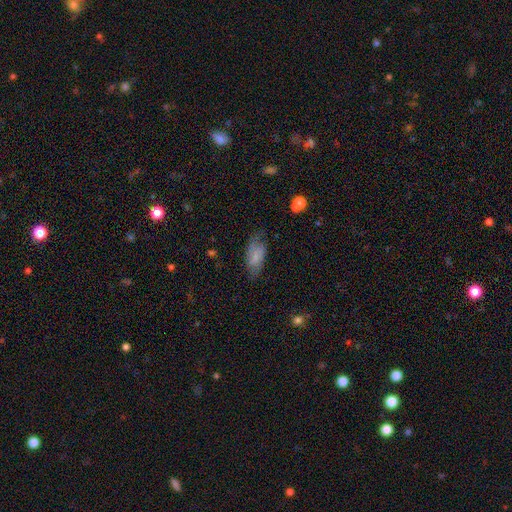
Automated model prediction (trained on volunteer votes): The model was most divided on "smooth or featured": smooth: 60%, featured or disk: 32%, star or artifact: 8%. More confident: how rounded — in between (88%); merging — none (64%).